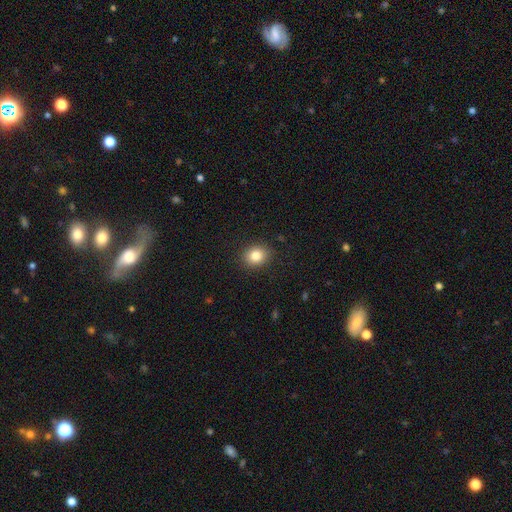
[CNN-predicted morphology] Smooth or featured? Predicted: smooth (p=0.83). How rounded? Predicted: round (p=0.64). Merging? Predicted: none (p=0.89).